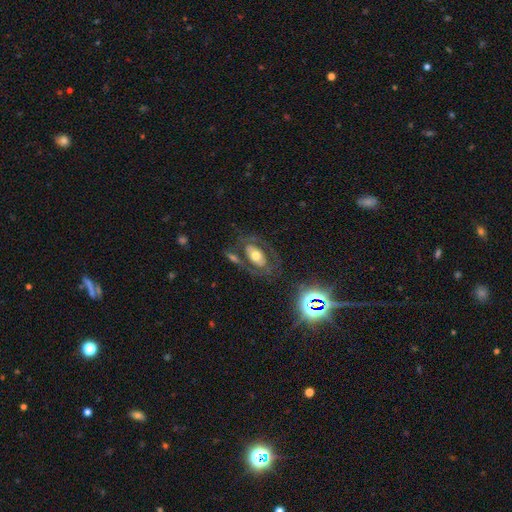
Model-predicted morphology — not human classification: Smooth or featured? Predicted: featured or disk (p=0.51). Edge-on disk? Predicted: no (p=0.90). Merging? Predicted: none (p=0.62).